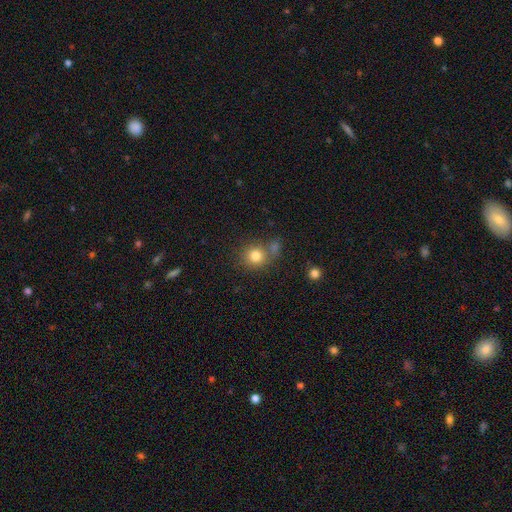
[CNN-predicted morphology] smooth-or-featured: smooth: 80% | star or artifact: 11% | featured or disk: 8%
  how-rounded: round: 86% | in between: 13% | cigar-shaped: 1%
  merging: none: 63% | merger: 21% | minor disturbance: 12% | major disturbance: 5%